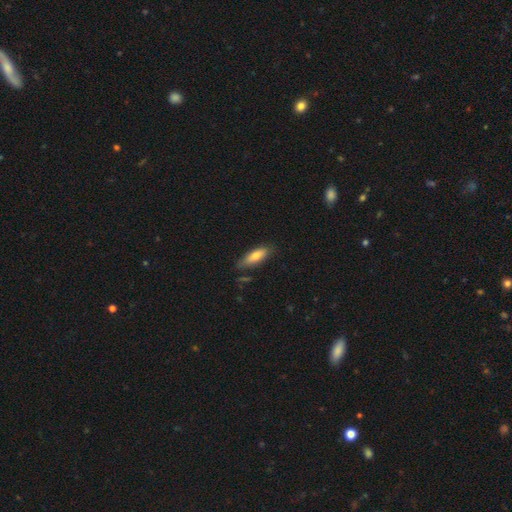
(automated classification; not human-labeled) Q: Smooth or featured?
A: smooth (75%); runner-up: featured or disk (18%)
Q: How rounded?
A: in between (53%); runner-up: cigar-shaped (45%)
Q: Merging?
A: none (75%); runner-up: minor disturbance (19%)